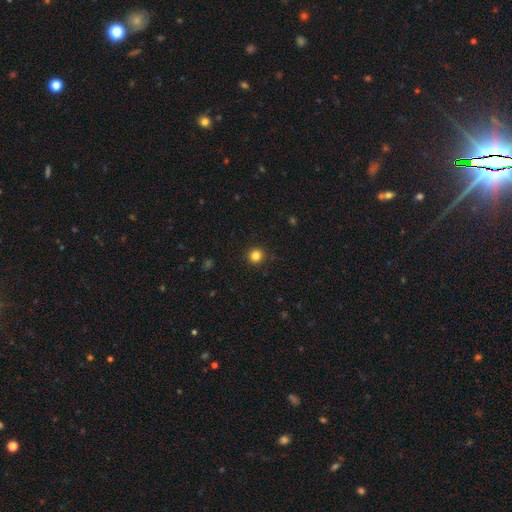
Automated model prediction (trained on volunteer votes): Q: Smooth or featured?
A: smooth (83%); runner-up: star or artifact (12%)
Q: How rounded?
A: round (94%); runner-up: in between (5%)
Q: Merging?
A: none (92%); runner-up: minor disturbance (5%)